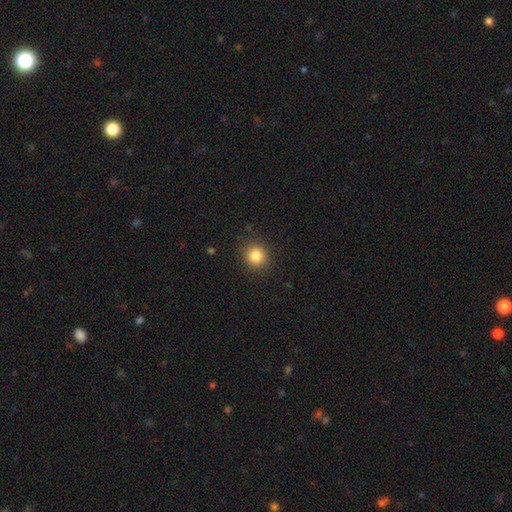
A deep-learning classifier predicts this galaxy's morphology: This is clearly a smooth galaxy (84%). How rounded: clearly round (86%). Merging: clearly none (88%).